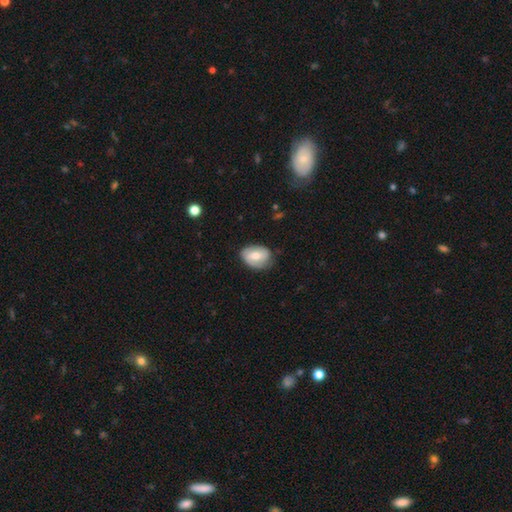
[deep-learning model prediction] Smooth or featured? smooth (50%)
How rounded? in between (72%)
Merging? none (67%)